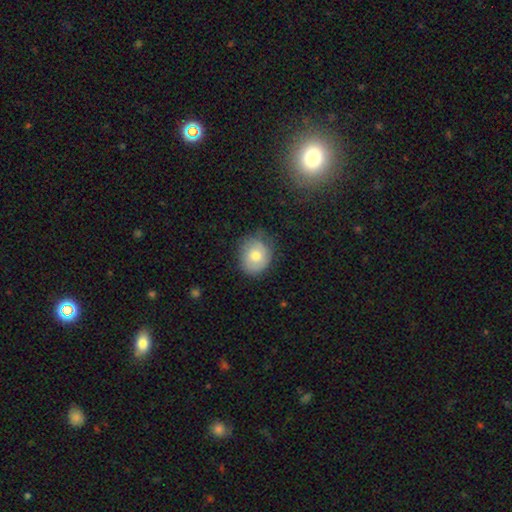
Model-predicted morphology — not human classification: Overall: smooth (71%). How rounded: round (63%; in between 36%). Merging: none (66%; minor disturbance 26%).